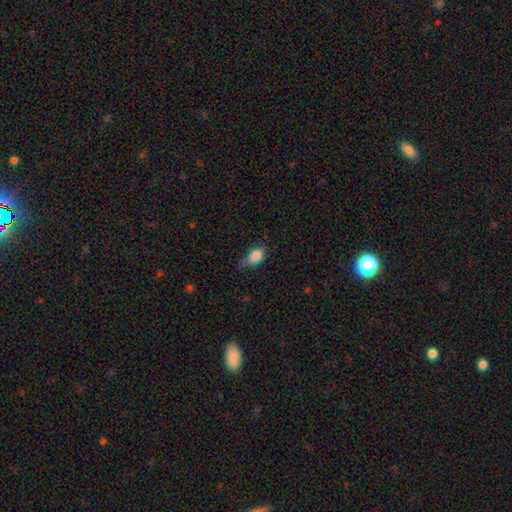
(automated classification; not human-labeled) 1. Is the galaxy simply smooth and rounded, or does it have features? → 85% smooth, 9% star or artifact, 6% featured or disk.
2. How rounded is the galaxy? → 81% in between, 16% round, 3% cigar-shaped.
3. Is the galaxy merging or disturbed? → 50% none, 38% minor disturbance, 10% major disturbance, 3% merger.